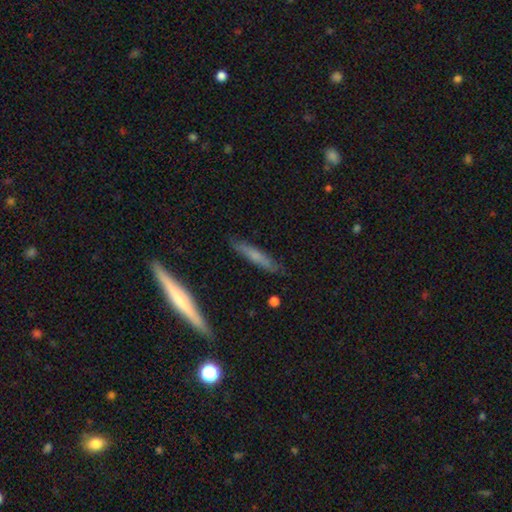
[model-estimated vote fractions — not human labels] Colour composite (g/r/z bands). It shows a smooth galaxy with no disk features (53%) that is cigar-shaped (89%). Merging: none (83%).